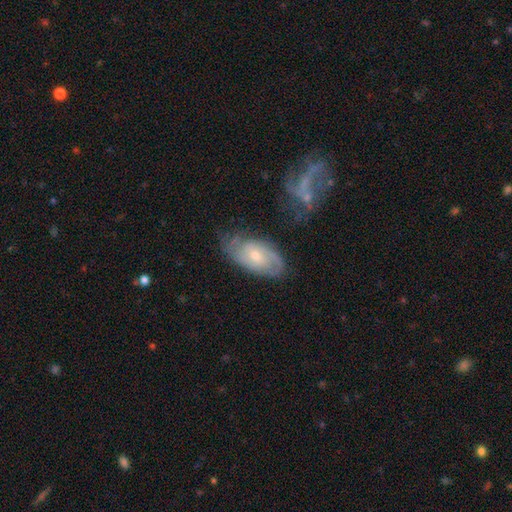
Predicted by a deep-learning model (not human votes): Smooth or featured? Predicted: featured or disk (p=0.73). Edge-on disk? Predicted: no (p=0.94). Bar? Predicted: no (p=0.58). Spiral arms? Predicted: yes (p=0.90). Spiral winding? Predicted: tight (p=0.50). Spiral arm count? Predicted: 2 (p=0.42). Bulge size? Predicted: small (p=0.53). Merging? Predicted: none (p=0.64).